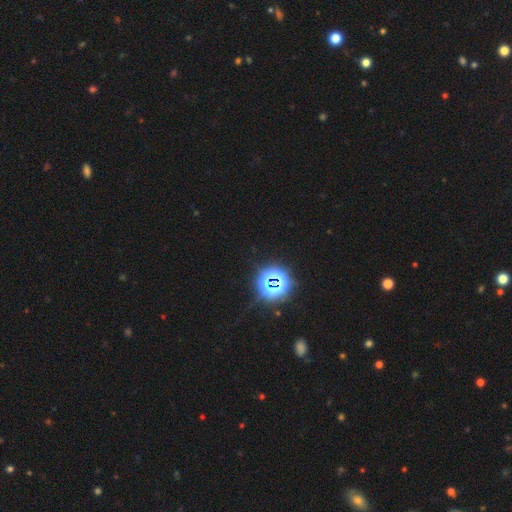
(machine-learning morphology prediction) Overall: star or artifact (83%).